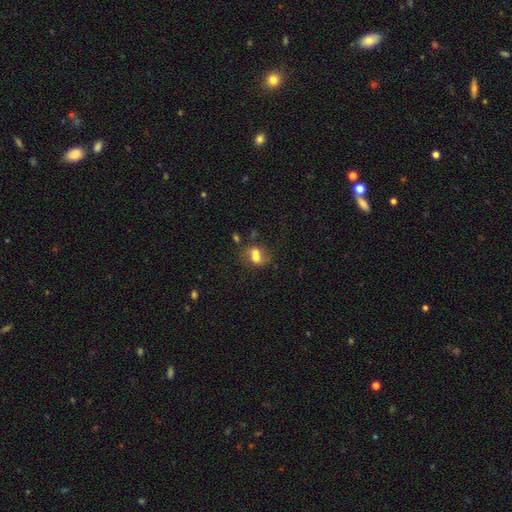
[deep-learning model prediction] A smooth galaxy with no disk features (64%) that is in between round and cigar-shaped (64%). Merging: none (39%).